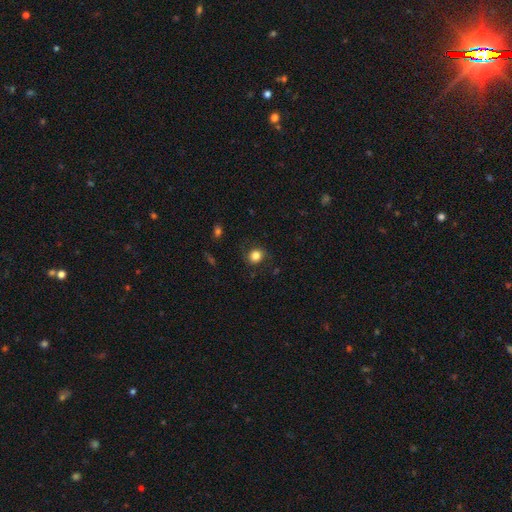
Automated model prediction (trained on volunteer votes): smooth-or-featured: smooth: 81% | star or artifact: 10% | featured or disk: 9%
  how-rounded: round: 77% | in between: 22% | cigar-shaped: 1%
  merging: none: 79% | minor disturbance: 15% | major disturbance: 5% | merger: 1%